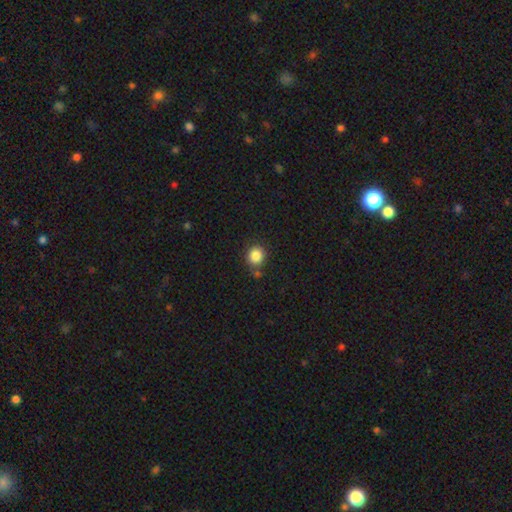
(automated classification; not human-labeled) smooth 86%, star or artifact 10%, featured or disk 5%. Down the decision tree: how rounded — round (83%); merging — none (76%).